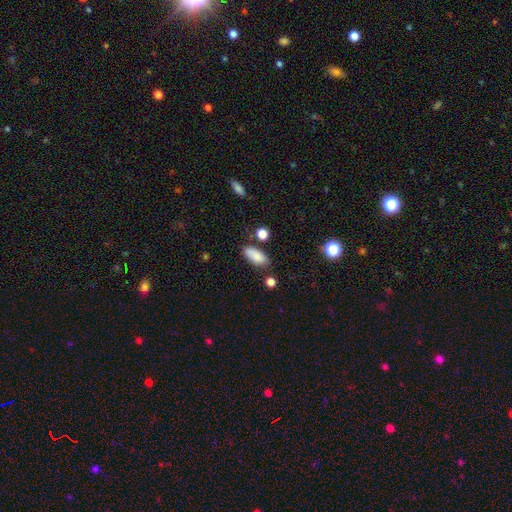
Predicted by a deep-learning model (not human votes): This appears to be a smooth galaxy with no disk features (85%) that is in between round and cigar-shaped (87%). Merging: none (74%).